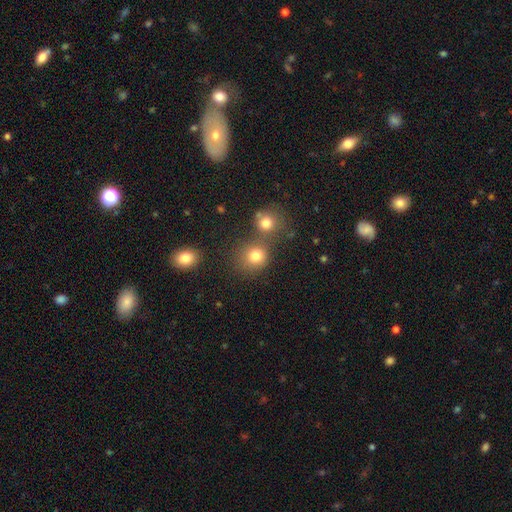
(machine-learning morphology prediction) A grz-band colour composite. It shows a smooth galaxy with no disk features (79%) that is round (83%). Merging: none (59%).